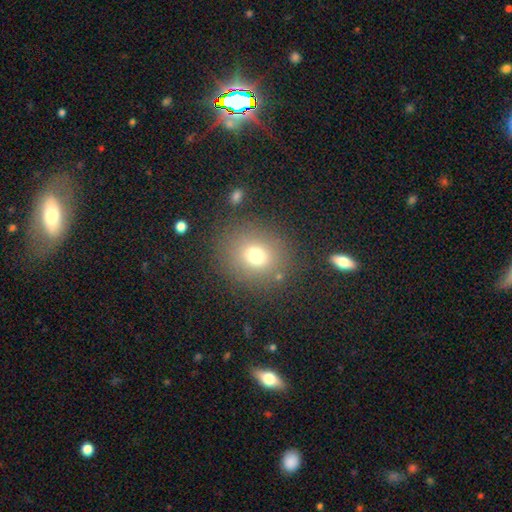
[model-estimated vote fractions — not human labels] Smooth or featured? smooth (73%)
How rounded? round (77%)
Merging? none (83%)